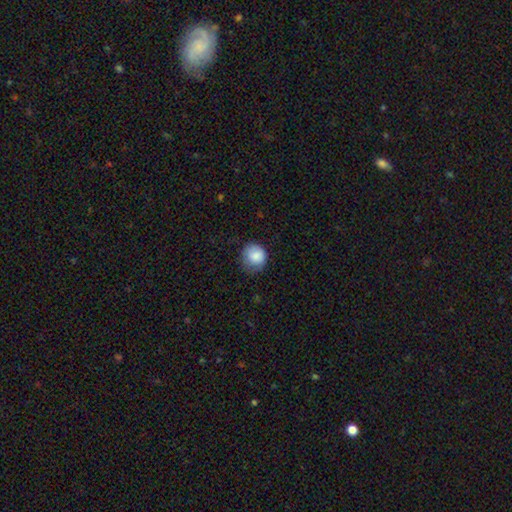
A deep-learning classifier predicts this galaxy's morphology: A smooth galaxy with no disk features (86%) that is round (83%).

Vote fractions:
- Smooth or featured? smooth: 86% / star or artifact: 8% / featured or disk: 6%
- How rounded? round: 83% / in between: 16% / cigar-shaped: 1%
- Merging? none: 63% / minor disturbance: 29% / major disturbance: 7% / merger: 1%